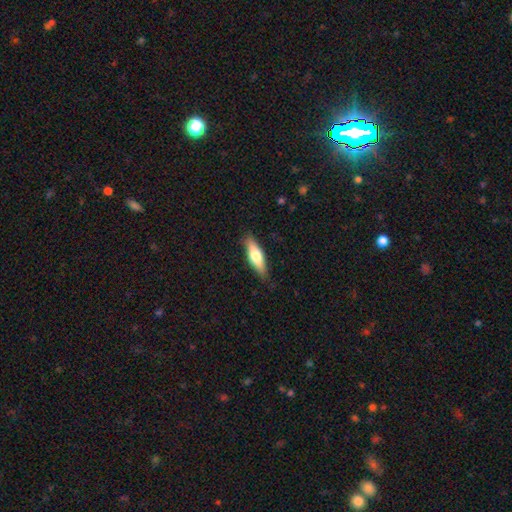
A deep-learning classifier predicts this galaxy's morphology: Smooth or featured? Predicted: smooth (p=0.60). How rounded? Predicted: cigar-shaped (p=0.51). Merging? Predicted: none (p=0.85).